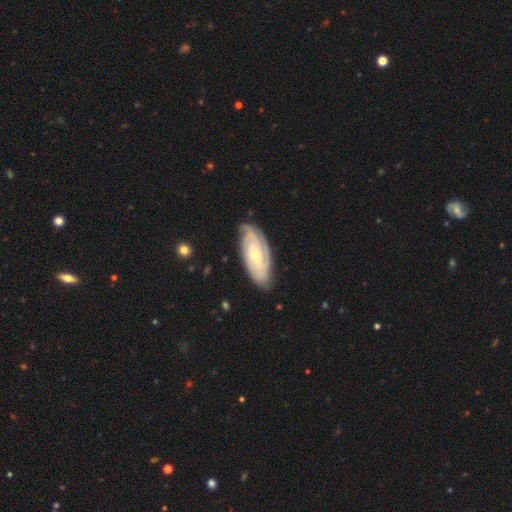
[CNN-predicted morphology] smooth-or-featured: featured or disk: 78% | smooth: 17% | star or artifact: 5%
  disk-edge-on: no: 92% | yes: 8%
    bar: no: 55% | weak: 34% | strong: 11%
    has-spiral-arms: yes: 95% | no: 5%
      spiral-winding: tight: 72% | medium: 23% | loose: 5%
      spiral-arm-count: can't tell: 37% | 2: 24% | 3: 19% | 4: 11% | 1: 4% | more than 4: 4%
    bulge-size: small: 65% | moderate: 31% | none: 2% | large: 2% | dominant: 1%
  merging: none: 78% | minor disturbance: 17% | major disturbance: 4% | merger: 1%